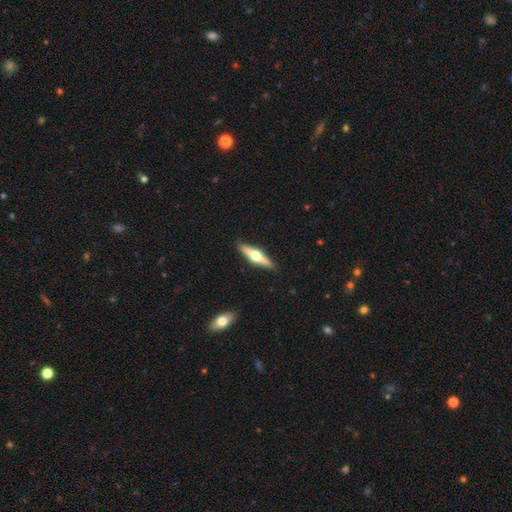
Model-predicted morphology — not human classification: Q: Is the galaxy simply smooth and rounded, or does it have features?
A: featured or disk — 69%.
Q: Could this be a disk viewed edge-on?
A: yes — 97%.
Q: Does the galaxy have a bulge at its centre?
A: rounded — 96%.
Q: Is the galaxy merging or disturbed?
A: none — 90%.